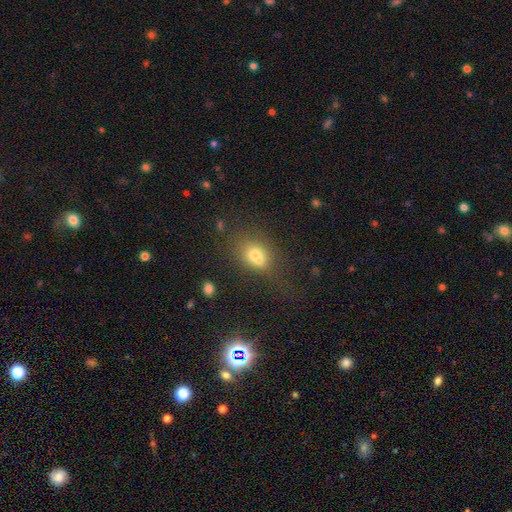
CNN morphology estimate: smooth-or-featured: smooth: 68% | featured or disk: 19% | star or artifact: 13%
  how-rounded: in between: 62% | round: 35% | cigar-shaped: 2%
  merging: none: 38% | merger: 36% | minor disturbance: 16% | major disturbance: 10%